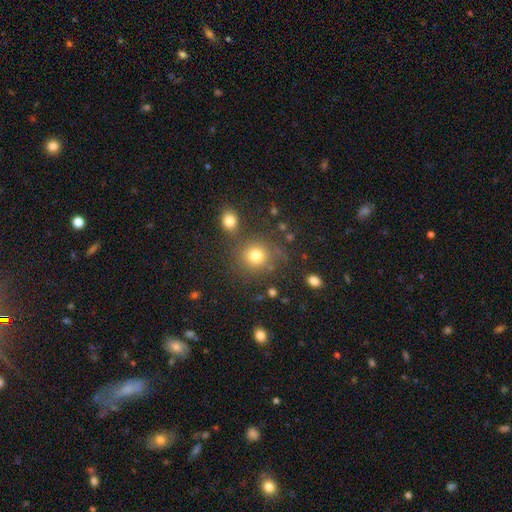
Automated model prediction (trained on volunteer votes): Overall: smooth (77%). How rounded: round (88%). Merging: none (72%).